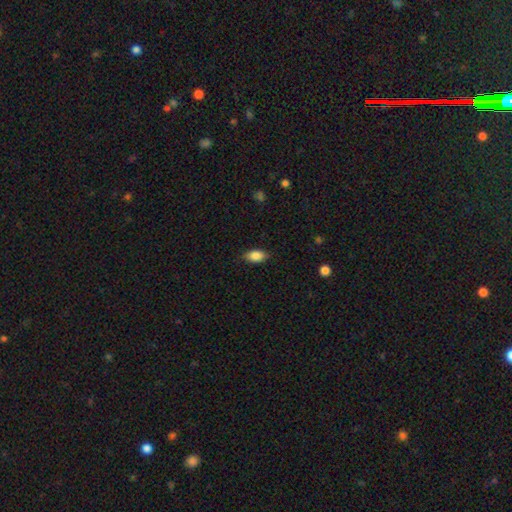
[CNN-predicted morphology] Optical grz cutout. It shows a smooth galaxy with no disk features (86%) that is in between round and cigar-shaped (90%). Merging: none (84%).